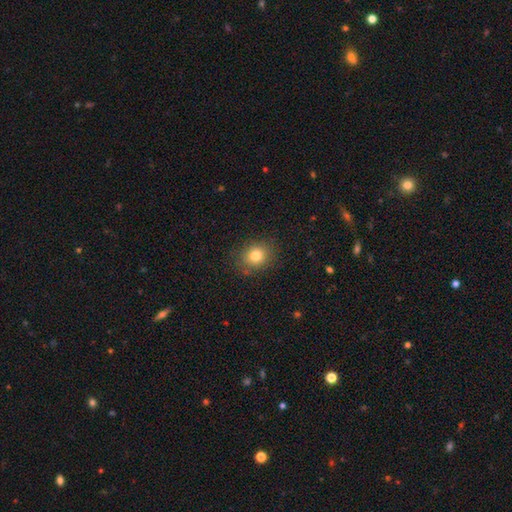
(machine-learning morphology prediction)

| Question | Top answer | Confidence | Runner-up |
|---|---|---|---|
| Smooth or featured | smooth | 80% | star or artifact (12%) |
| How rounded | round | 70% | in between (29%) |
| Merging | none | 85% | minor disturbance (10%) |